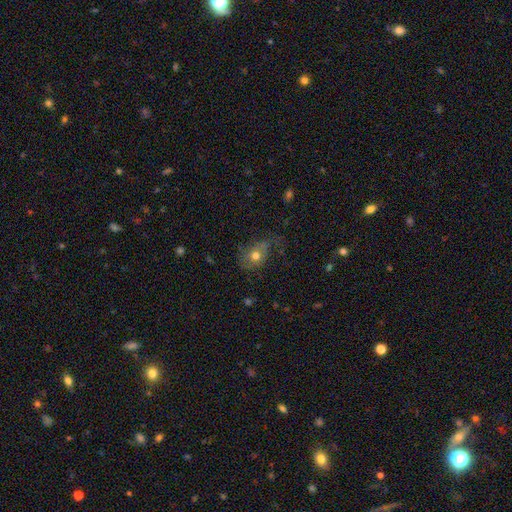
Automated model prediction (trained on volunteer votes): Smooth or featured? smooth (67%)
How rounded? in between (51%)
Merging? none (45%)